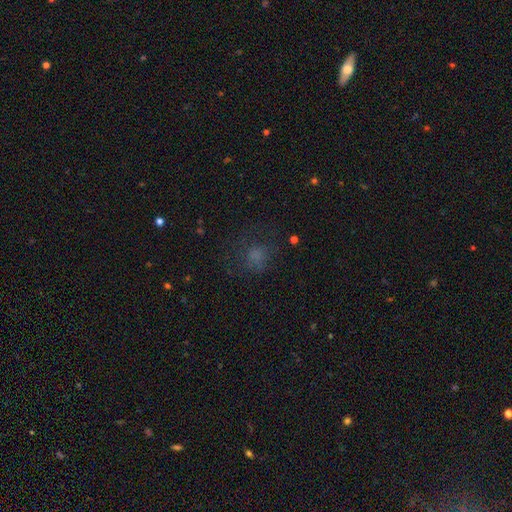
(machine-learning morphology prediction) smooth-or-featured: smooth: 61% | star or artifact: 23% | featured or disk: 15%
  how-rounded: round: 76% | in between: 23% | cigar-shaped: 1%
  merging: none: 60% | major disturbance: 21% | minor disturbance: 18% | merger: 2%